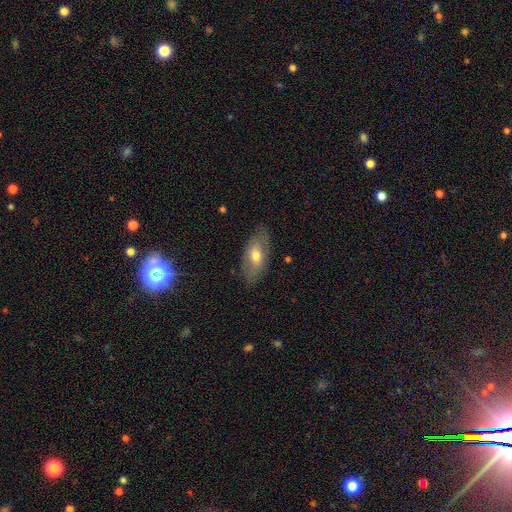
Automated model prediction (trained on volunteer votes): This is likely a smooth galaxy (61%). How rounded: clearly in between (88%). Merging: clearly none (80%).